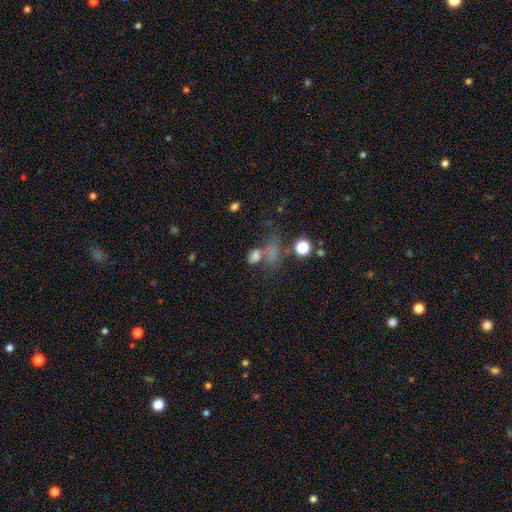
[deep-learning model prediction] A smooth galaxy with no disk features (69%) that is in between round and cigar-shaped (67%). Merging: none (43%).